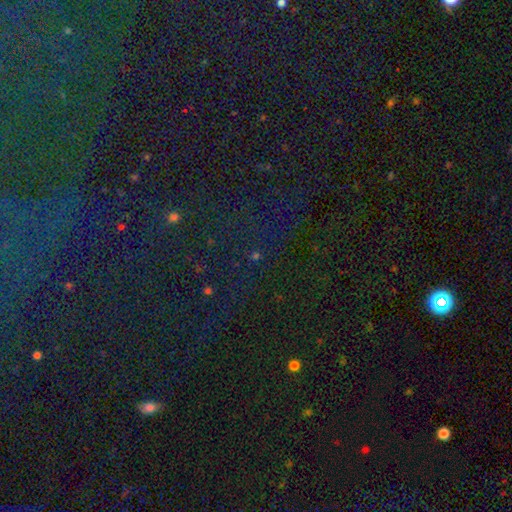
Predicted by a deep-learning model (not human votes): Overall: star or artifact (68%).